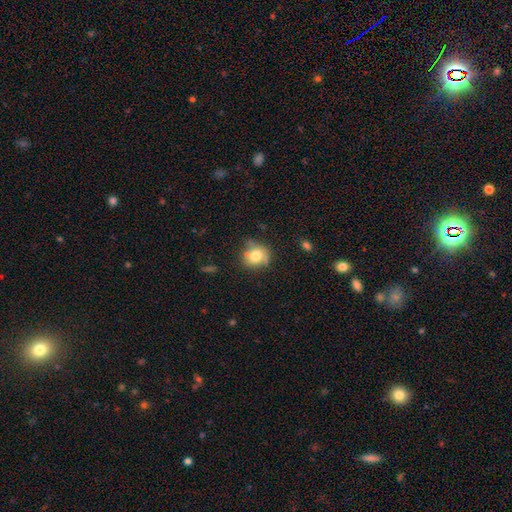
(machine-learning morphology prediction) A smooth galaxy with no disk features (74%) that is round (80%). Merging: none (64%).